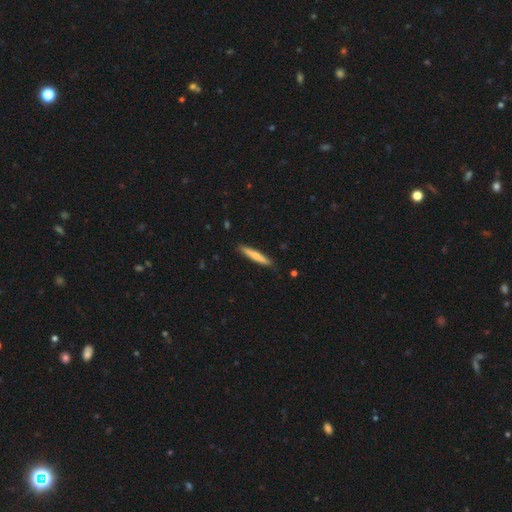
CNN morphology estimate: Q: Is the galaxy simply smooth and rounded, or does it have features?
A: smooth — 66%.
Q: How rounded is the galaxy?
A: cigar-shaped — 94%.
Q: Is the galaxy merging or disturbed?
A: none — 88%.